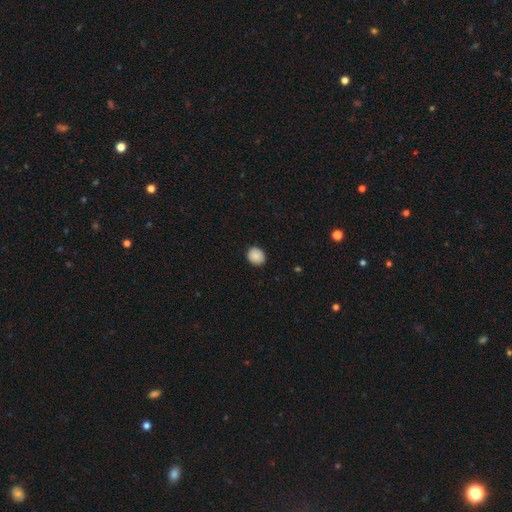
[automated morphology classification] type=smooth (88%); roundness=round (72%); merging=none (88%).